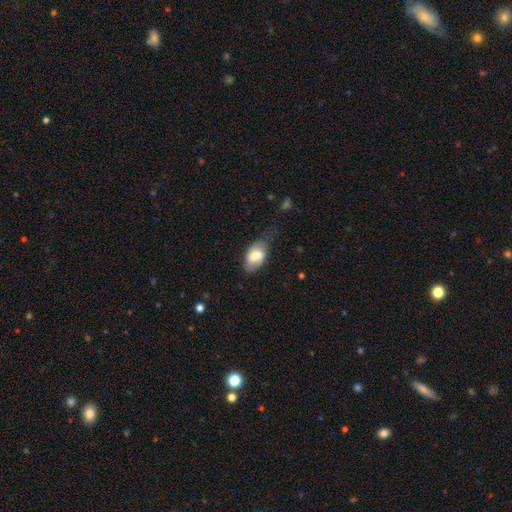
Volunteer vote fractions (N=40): This is likely a smooth galaxy (68%). How rounded: clearly in between (89%). Merging: possibly none (46%).